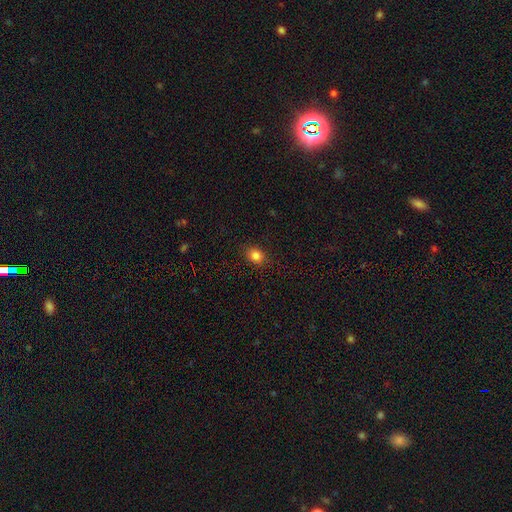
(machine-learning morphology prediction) Smooth or featured? smooth (83%)
How rounded? round (50%)
Merging? none (88%)